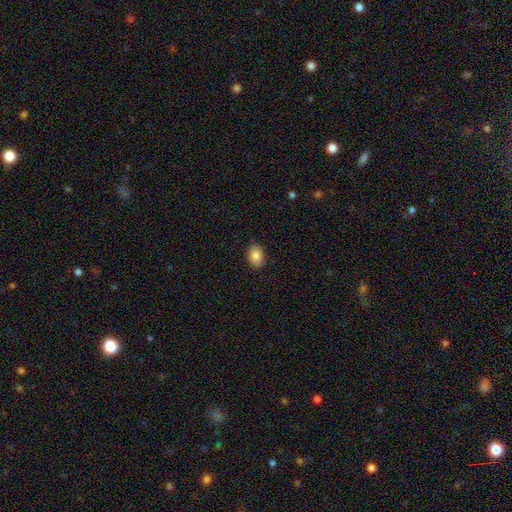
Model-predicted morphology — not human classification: A smooth galaxy with no disk features (85%) that is in between round and cigar-shaped (80%).

Vote fractions:
- Smooth or featured? smooth: 85% / star or artifact: 8% / featured or disk: 7%
- How rounded? in between: 80% / round: 19% / cigar-shaped: 1%
- Merging? none: 87% / minor disturbance: 10% / major disturbance: 2% / merger: 1%